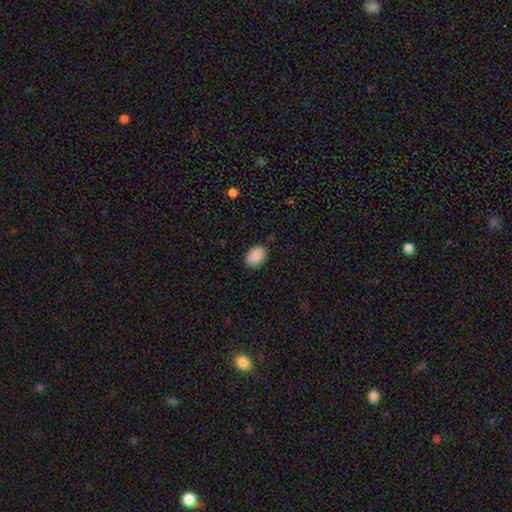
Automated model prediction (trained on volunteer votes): Smooth or featured?
  - smooth: 90% *
  - star or artifact: 7%
  - featured or disk: 3%
How rounded?
  - in between: 76% *
  - round: 23%
  - cigar-shaped: 1%
Merging?
  - none: 85% *
  - minor disturbance: 12%
  - major disturbance: 2%
  - merger: 1%